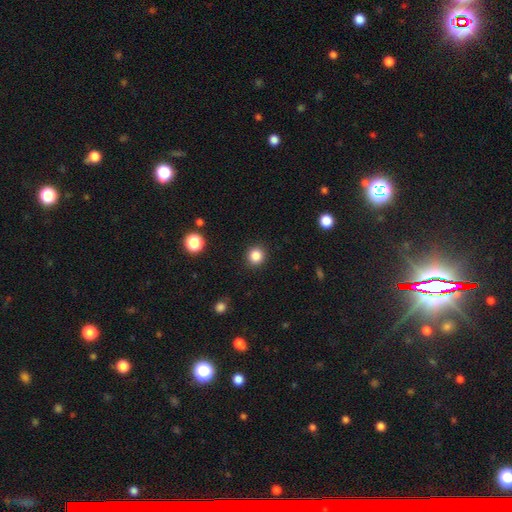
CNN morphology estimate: Overall: smooth (85%). How rounded: round (91%). Merging: none (92%).